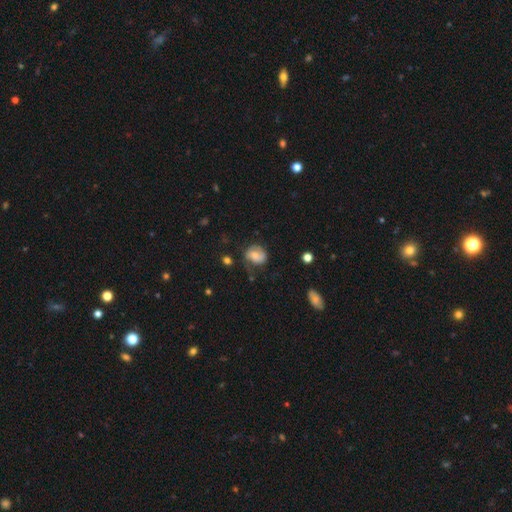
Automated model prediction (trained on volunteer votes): smooth_or_featured: smooth (p=0.51) [alt: featured or disk p=0.40]
how_rounded: round (p=0.55) [alt: in between p=0.44]
merging: none (p=0.49) [alt: minor disturbance p=0.28]